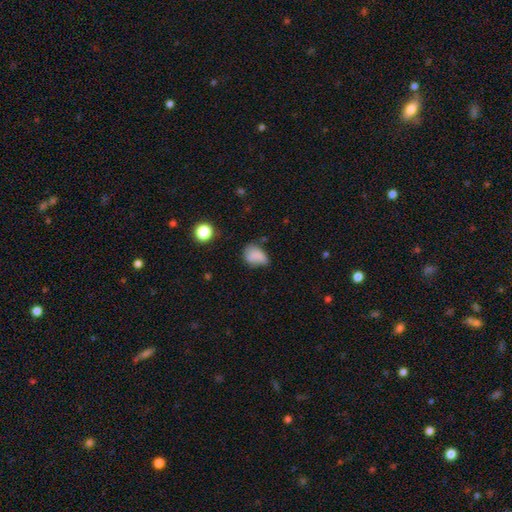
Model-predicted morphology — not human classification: Overall: smooth (80%). How rounded: in between (73%). Merging: none (42%; minor disturbance 41%).